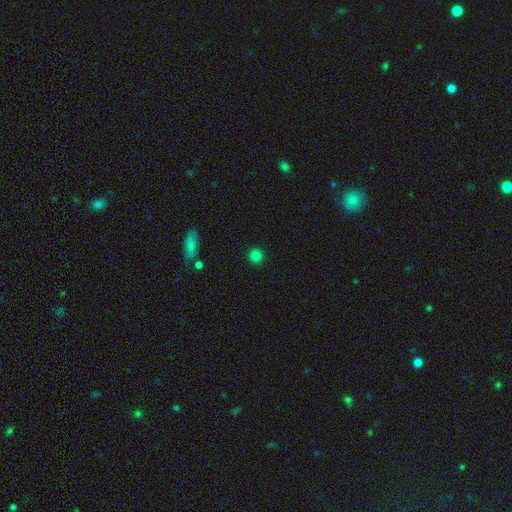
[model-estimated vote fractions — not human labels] smooth_or_featured: smooth (p=0.82) [alt: star or artifact p=0.13]
how_rounded: round (p=0.93) [alt: in between p=0.06]
merging: none (p=0.91) [alt: minor disturbance p=0.06]